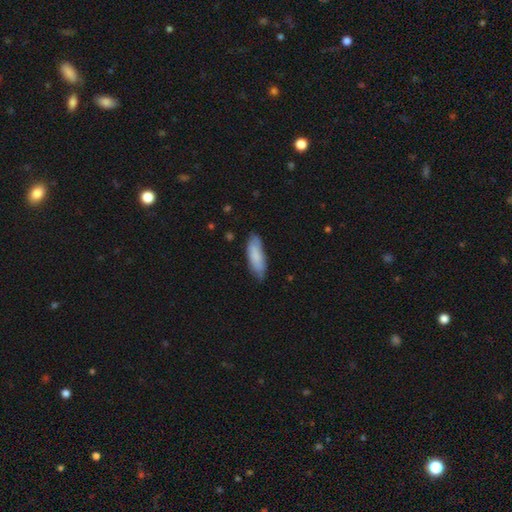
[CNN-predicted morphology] Q: Smooth or featured?
A: smooth (81%); runner-up: featured or disk (14%)
Q: How rounded?
A: in between (62%); runner-up: cigar-shaped (37%)
Q: Merging?
A: none (74%); runner-up: minor disturbance (21%)